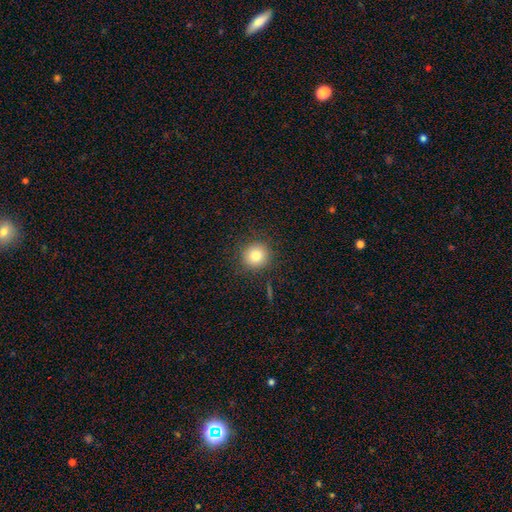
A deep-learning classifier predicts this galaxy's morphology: smooth-or-featured: smooth: 81% | star or artifact: 11% | featured or disk: 8%
  how-rounded: round: 93% | in between: 6% | cigar-shaped: 1%
  merging: none: 89% | minor disturbance: 7% | major disturbance: 3% | merger: 1%